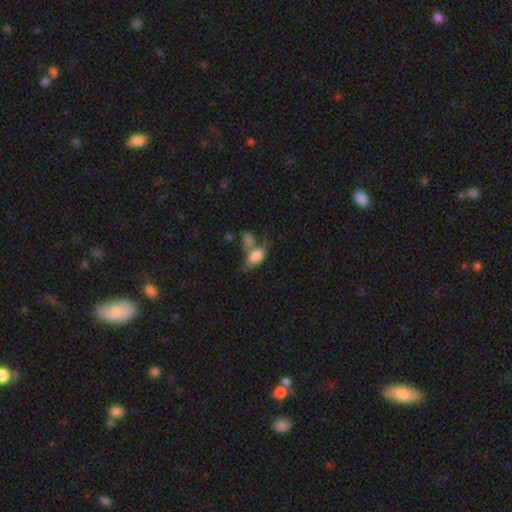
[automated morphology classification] The model was most divided on "merging": merger: 43%, none: 24%, minor disturbance: 17%, major disturbance: 16%. More confident: how rounded — in between (86%); smooth or featured — smooth (74%).